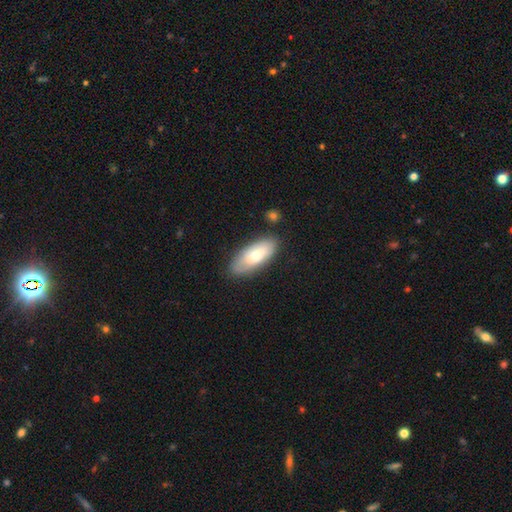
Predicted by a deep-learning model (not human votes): This appears to be a smooth galaxy with no disk features (61%) that is in between round and cigar-shaped (81%). Merging: none (80%).